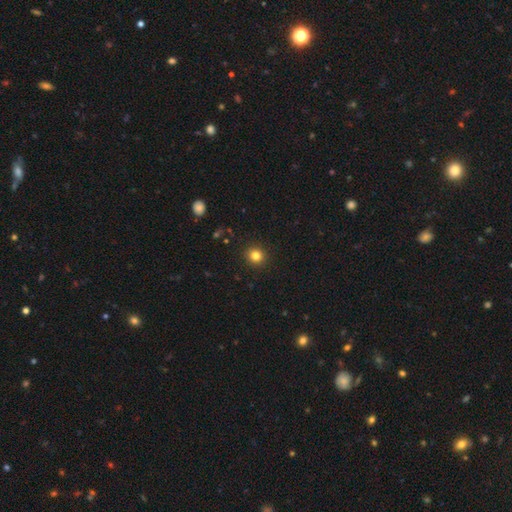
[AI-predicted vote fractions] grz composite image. It shows a smooth galaxy with no disk features (82%) that is round (90%). Merging: none (92%).